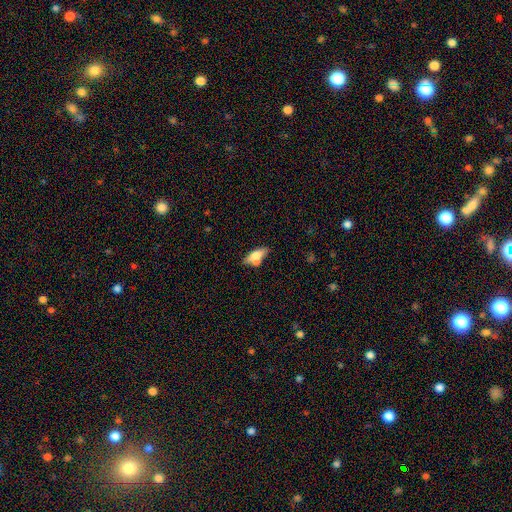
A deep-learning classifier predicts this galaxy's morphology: Smooth or featured? smooth (63%)
How rounded? in between (67%)
Merging? none (51%)